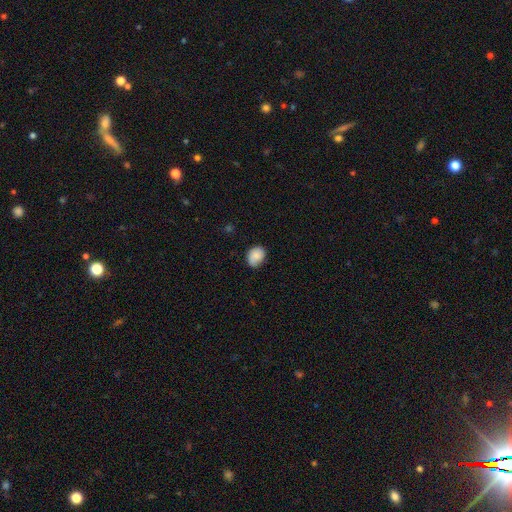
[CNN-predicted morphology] smooth-or-featured: smooth: 79% | featured or disk: 13% | star or artifact: 8%
  how-rounded: round: 50% | in between: 49% | cigar-shaped: 1%
  merging: none: 69% | minor disturbance: 24% | major disturbance: 5% | merger: 1%